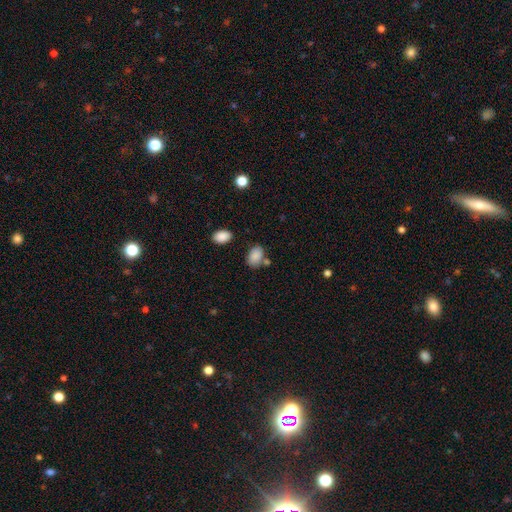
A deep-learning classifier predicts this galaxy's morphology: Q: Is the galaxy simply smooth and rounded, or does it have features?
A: smooth — 86%.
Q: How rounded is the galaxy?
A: in between — 84%.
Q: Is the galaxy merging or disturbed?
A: none — 64%.